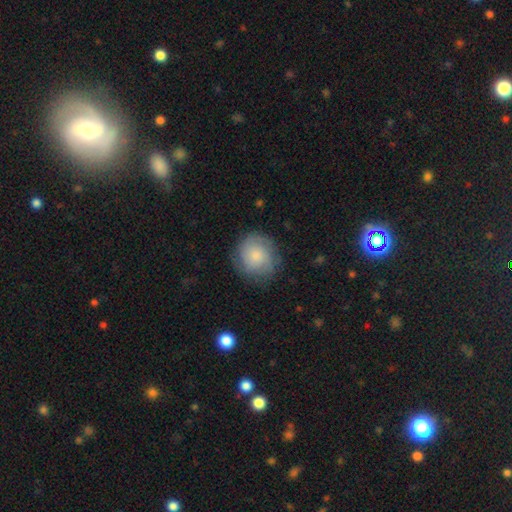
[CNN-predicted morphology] The model was most divided on "smooth or featured": smooth: 60%, featured or disk: 32%, star or artifact: 8%. More confident: how rounded — round (86%); merging — none (76%).